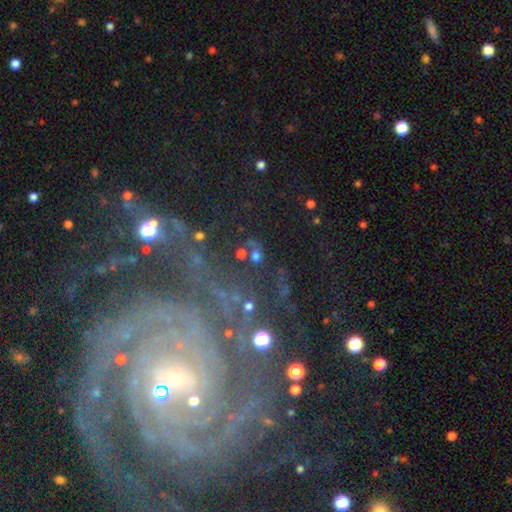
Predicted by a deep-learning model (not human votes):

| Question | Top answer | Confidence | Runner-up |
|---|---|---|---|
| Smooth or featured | smooth | 49% | star or artifact (29%) |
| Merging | none | 60% | minor disturbance (16%) |